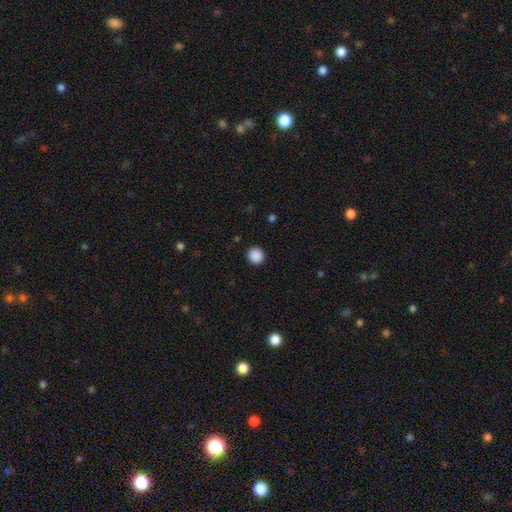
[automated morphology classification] smooth_or_featured: smooth (p=0.89) [alt: star or artifact p=0.09]
how_rounded: round (p=0.91) [alt: in between p=0.08]
merging: none (p=0.92) [alt: minor disturbance p=0.05]